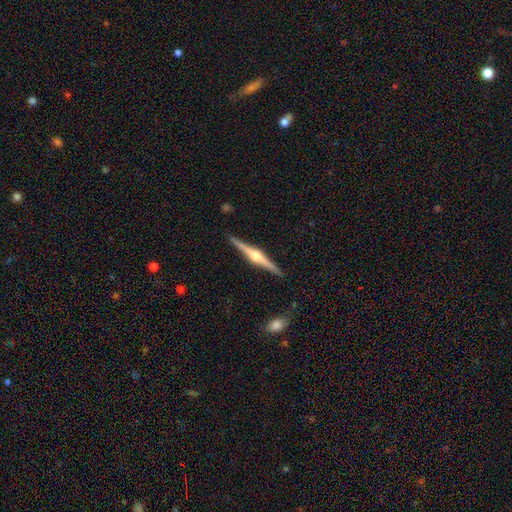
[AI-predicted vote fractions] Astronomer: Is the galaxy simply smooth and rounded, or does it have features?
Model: featured or disk — 83%.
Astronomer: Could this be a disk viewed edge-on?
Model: yes — 99%.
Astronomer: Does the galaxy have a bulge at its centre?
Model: rounded — 94%.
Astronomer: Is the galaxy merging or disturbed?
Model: none — 91%.